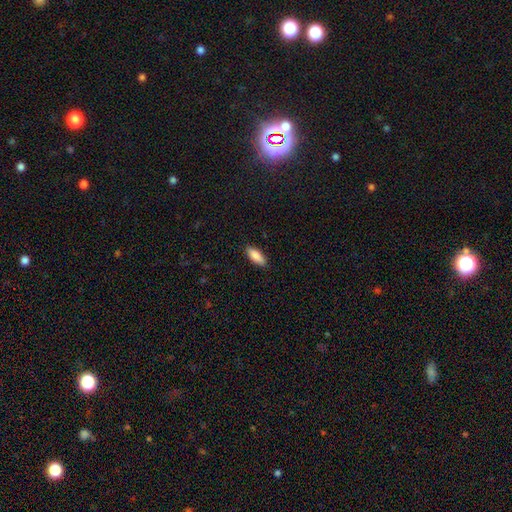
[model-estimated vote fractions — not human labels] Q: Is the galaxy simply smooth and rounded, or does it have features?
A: smooth — 87%.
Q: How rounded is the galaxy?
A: in between — 74%.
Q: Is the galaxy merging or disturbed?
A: none — 88%.